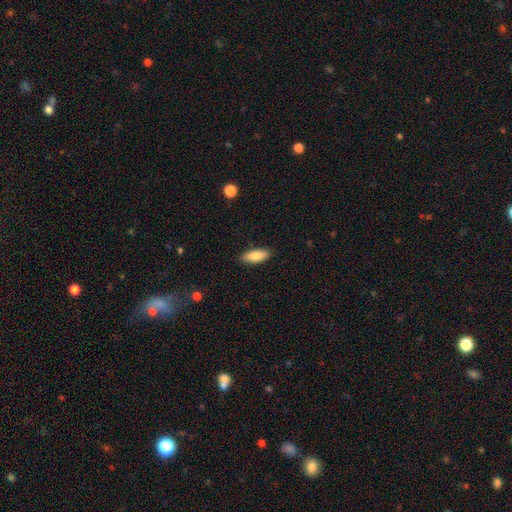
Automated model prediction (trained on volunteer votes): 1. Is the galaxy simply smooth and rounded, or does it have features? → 82% smooth, 11% featured or disk, 6% star or artifact.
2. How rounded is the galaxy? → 70% in between, 28% cigar-shaped, 2% round.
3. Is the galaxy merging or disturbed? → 88% none, 9% minor disturbance, 2% major disturbance, 1% merger.